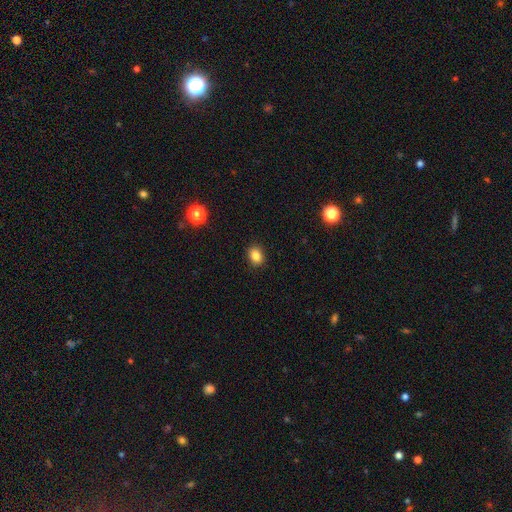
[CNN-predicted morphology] Smooth or featured?
  - smooth: 83% *
  - star or artifact: 11%
  - featured or disk: 6%
How rounded?
  - in between: 54% *
  - round: 46%
  - cigar-shaped: 1%
Merging?
  - none: 90% *
  - minor disturbance: 7%
  - major disturbance: 2%
  - merger: 1%